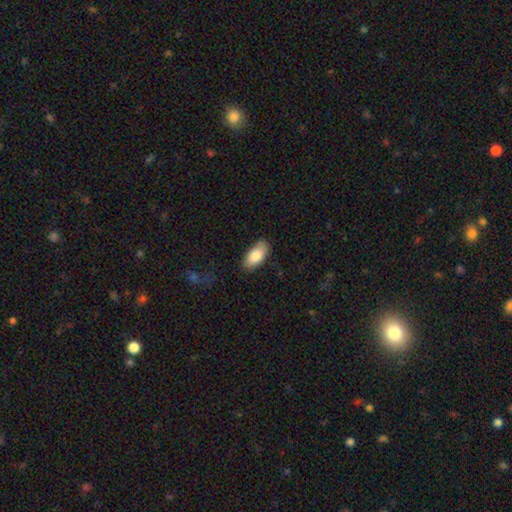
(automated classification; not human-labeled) Q: Smooth or featured?
A: smooth (84%); runner-up: featured or disk (10%)
Q: How rounded?
A: in between (93%); runner-up: cigar-shaped (4%)
Q: Merging?
A: none (83%); runner-up: minor disturbance (13%)